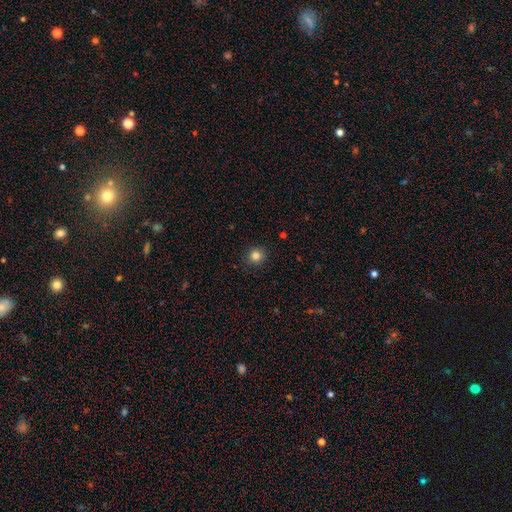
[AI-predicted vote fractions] Smooth or featured? smooth (84%)
How rounded? round (91%)
Merging? none (89%)